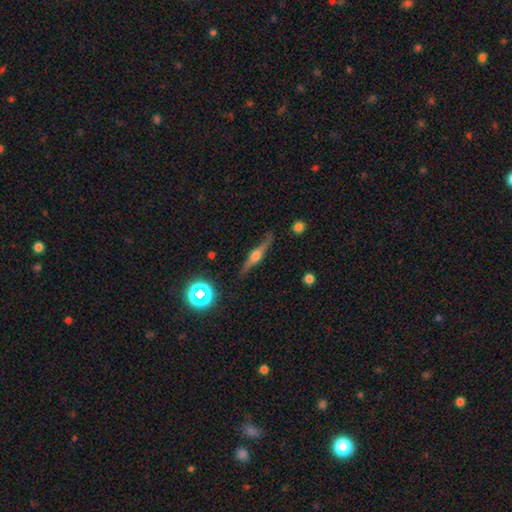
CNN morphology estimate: Smooth or featured? featured or disk (74%)
Edge-on disk? yes (96%)
Edge-on bulge? rounded (91%)
Merging? none (83%)